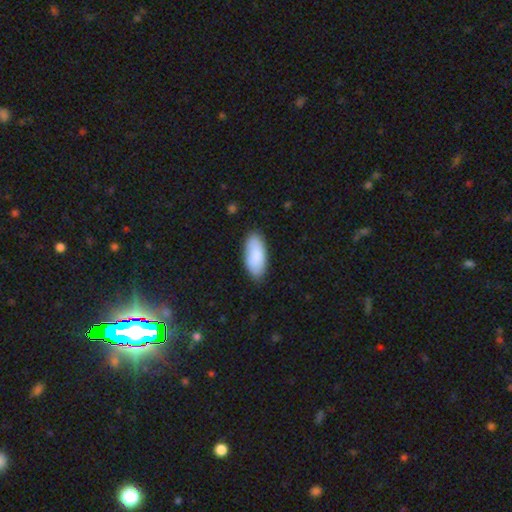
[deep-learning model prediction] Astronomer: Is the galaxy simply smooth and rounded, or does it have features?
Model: smooth — 88%.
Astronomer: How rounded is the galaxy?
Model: in between — 88%.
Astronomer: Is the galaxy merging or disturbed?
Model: none — 85%.